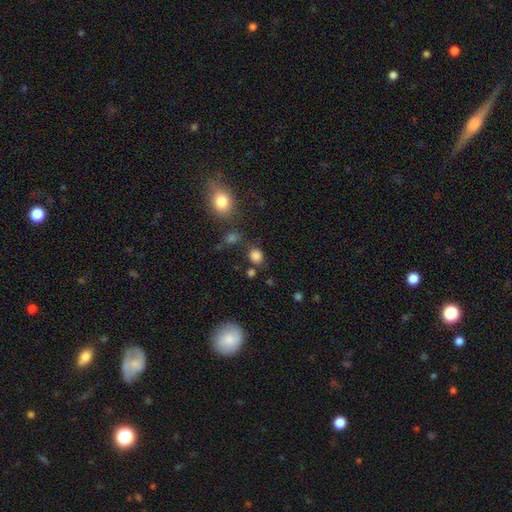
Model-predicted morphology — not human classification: Smooth or featured? smooth (82%)
How rounded? round (72%)
Merging? none (74%)